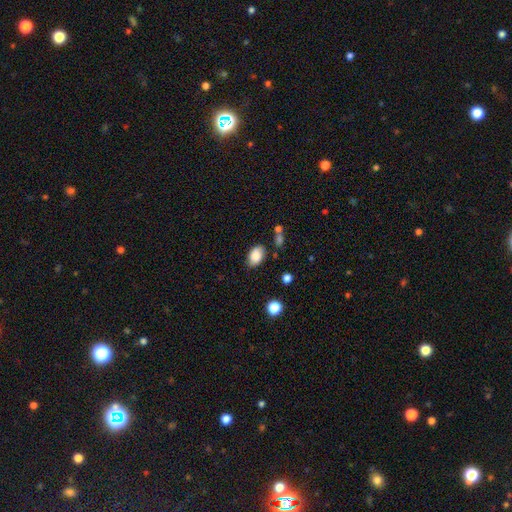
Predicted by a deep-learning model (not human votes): Q: Smooth or featured?
A: smooth (83%); runner-up: featured or disk (9%)
Q: How rounded?
A: in between (89%); runner-up: round (10%)
Q: Merging?
A: none (75%); runner-up: minor disturbance (17%)